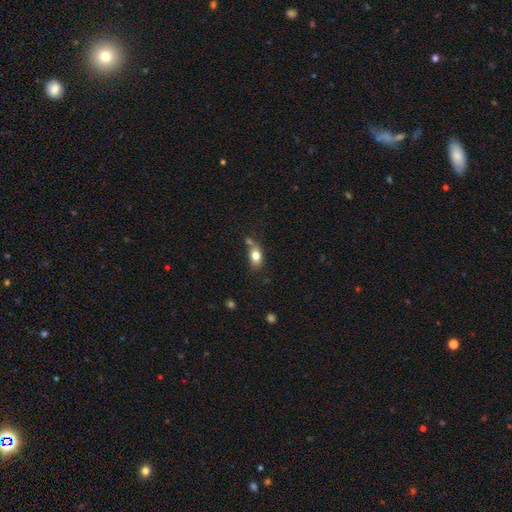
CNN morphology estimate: smooth-or-featured: smooth: 77% | featured or disk: 13% | star or artifact: 9%
  how-rounded: in between: 76% | round: 21% | cigar-shaped: 4%
  merging: none: 54% | minor disturbance: 21% | merger: 18% | major disturbance: 7%